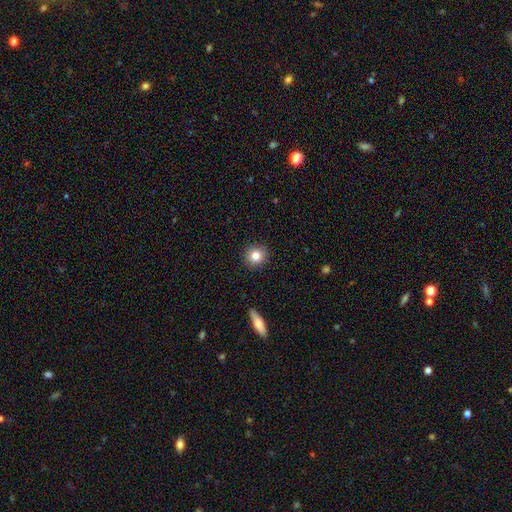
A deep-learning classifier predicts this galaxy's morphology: A smooth galaxy with no disk features (82%) that is round (91%).

Vote fractions:
- Smooth or featured? smooth: 82% / star or artifact: 10% / featured or disk: 9%
- How rounded? round: 91% / in between: 8% / cigar-shaped: 1%
- Merging? none: 91% / minor disturbance: 6% / major disturbance: 2% / merger: 1%